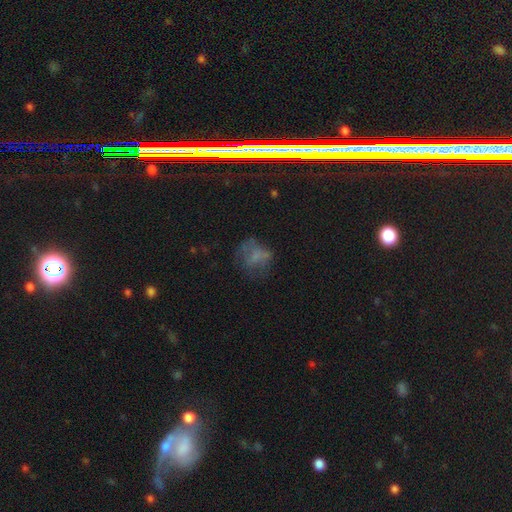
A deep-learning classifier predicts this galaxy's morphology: smooth-or-featured: smooth: 50% | featured or disk: 31% | star or artifact: 19%
  merging: none: 45% | major disturbance: 28% | minor disturbance: 22% | merger: 4%